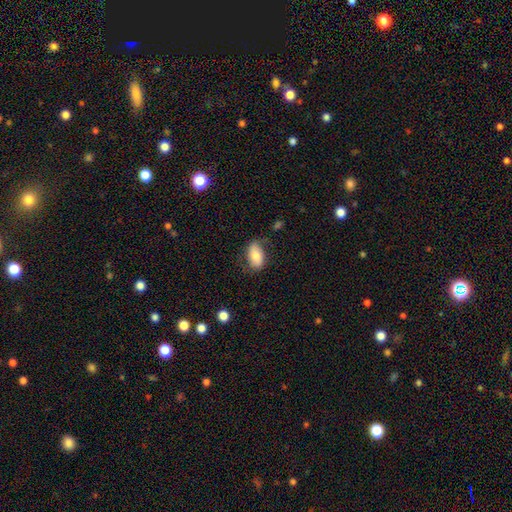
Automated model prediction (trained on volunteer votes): Q: Smooth or featured?
A: smooth (73%); runner-up: featured or disk (21%)
Q: How rounded?
A: in between (92%); runner-up: round (5%)
Q: Merging?
A: none (62%); runner-up: minor disturbance (25%)